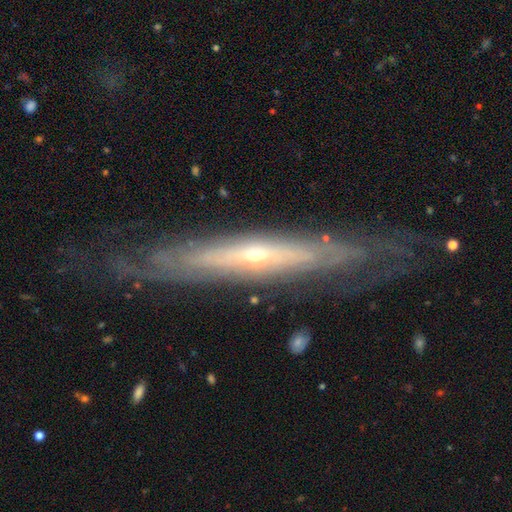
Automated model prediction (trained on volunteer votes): Morphology: type=featured or disk (82%); edge-on=yes (60%); merging=none (75%).